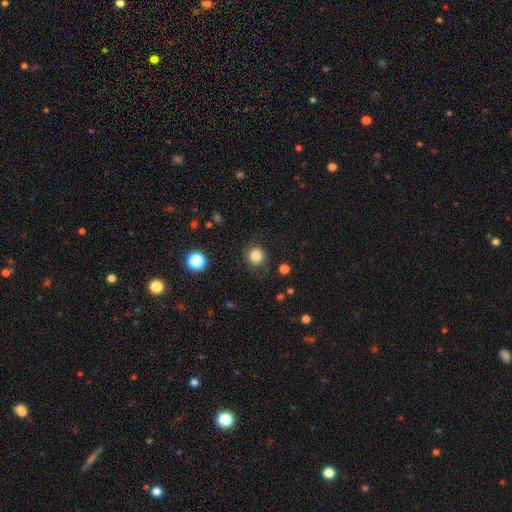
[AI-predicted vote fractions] smooth 83%, star or artifact 11%, featured or disk 6%. Down the decision tree: how rounded — round (91%); merging — none (83%).